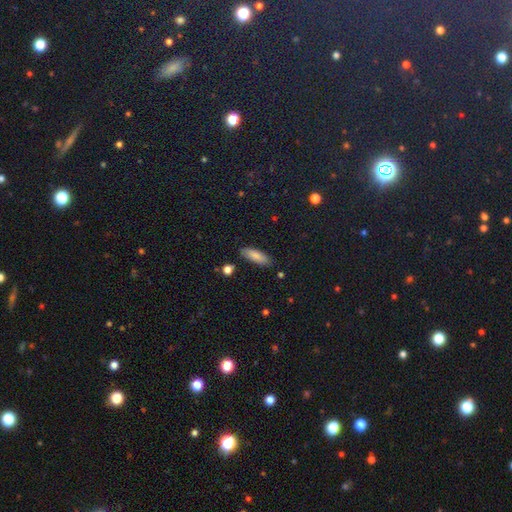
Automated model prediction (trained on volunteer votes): A smooth galaxy with no disk features (83%) that is in between round and cigar-shaped (62%). Merging: none (83%).